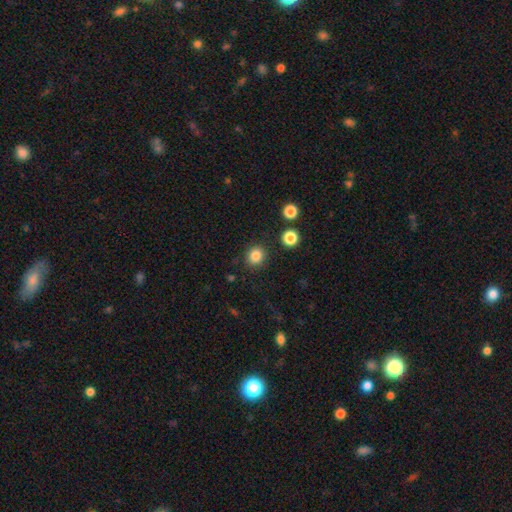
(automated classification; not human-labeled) Overall: smooth (84%). How rounded: round (79%). Merging: none (87%).